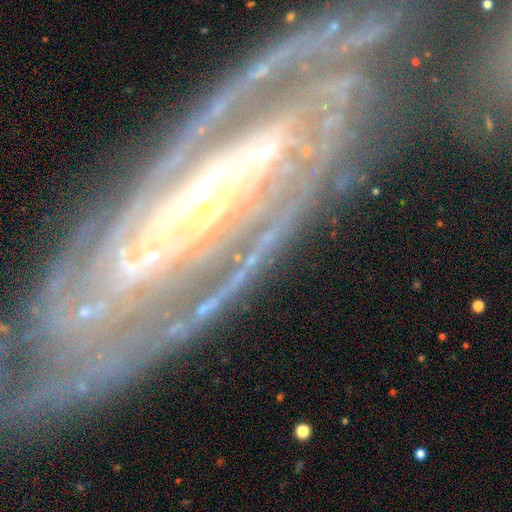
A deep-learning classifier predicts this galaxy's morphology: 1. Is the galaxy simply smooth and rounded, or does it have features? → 84% featured or disk, 9% star or artifact, 7% smooth.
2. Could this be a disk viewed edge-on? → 88% no, 12% yes.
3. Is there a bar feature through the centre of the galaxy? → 44% strong, 30% weak, 26% no.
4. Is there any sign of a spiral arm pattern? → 92% yes, 8% no.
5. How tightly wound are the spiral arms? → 59% tight, 30% medium, 11% loose.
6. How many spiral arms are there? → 39% 2, 22% can't tell, 13% 3, 9% 4, 8% 1, 8% more than 4.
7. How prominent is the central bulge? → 53% small, 39% moderate, 4% large, 2% none, 2% dominant.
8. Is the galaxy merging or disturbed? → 69% none, 17% minor disturbance, 11% major disturbance, 3% merger.